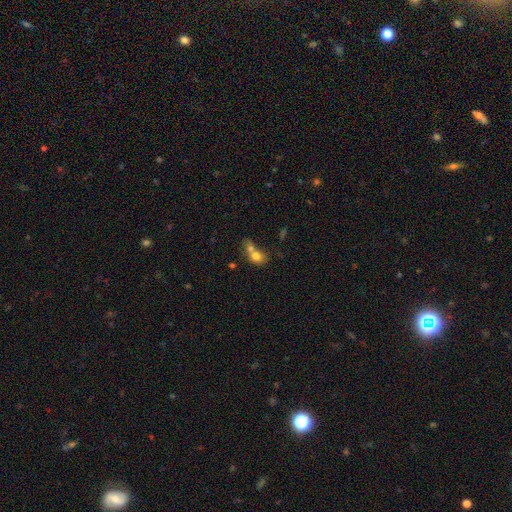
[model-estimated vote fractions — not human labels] Smooth or featured? Predicted: smooth (p=0.73). How rounded? Predicted: round (p=0.50). Merging? Predicted: merger (p=0.65).